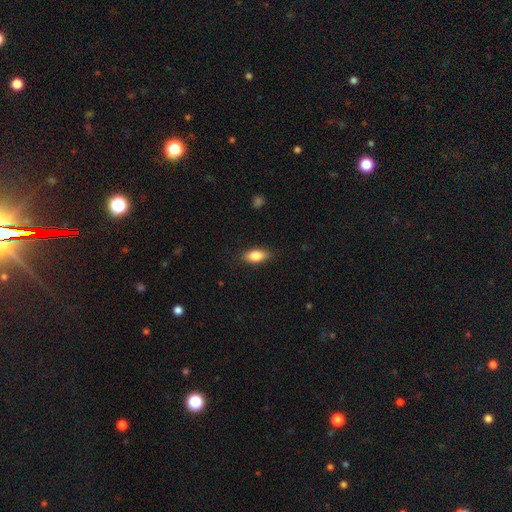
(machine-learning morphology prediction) The model was most divided on "merging": none: 86%, minor disturbance: 11%, major disturbance: 3%, merger: 1%. More confident: how rounded — in between (87%); smooth or featured — smooth (84%).